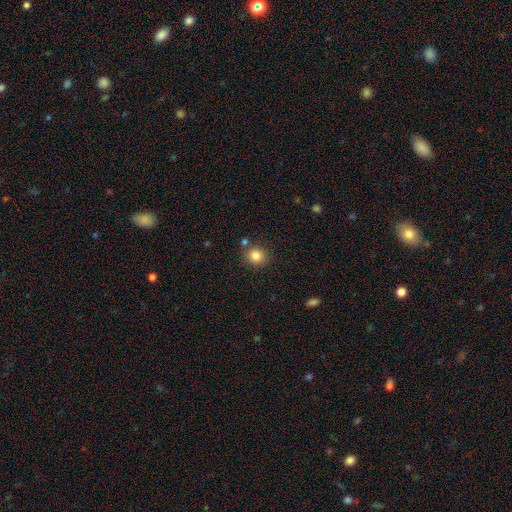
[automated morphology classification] Smooth or featured? smooth (84%)
How rounded? round (84%)
Merging? none (80%)